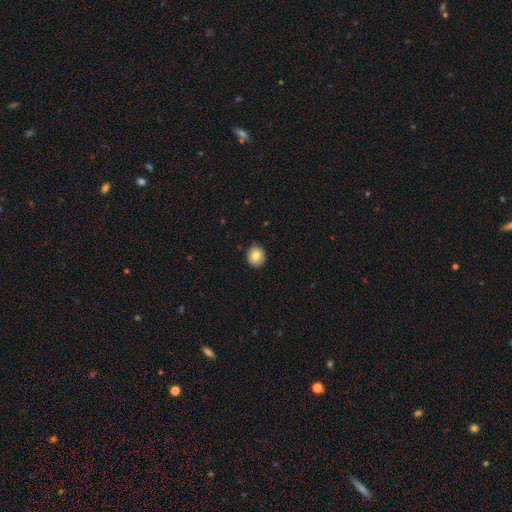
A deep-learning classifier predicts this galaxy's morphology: The model was most divided on "how rounded": round: 82%, in between: 17%, cigar-shaped: 1%. More confident: merging — none (88%); smooth or featured — smooth (82%).